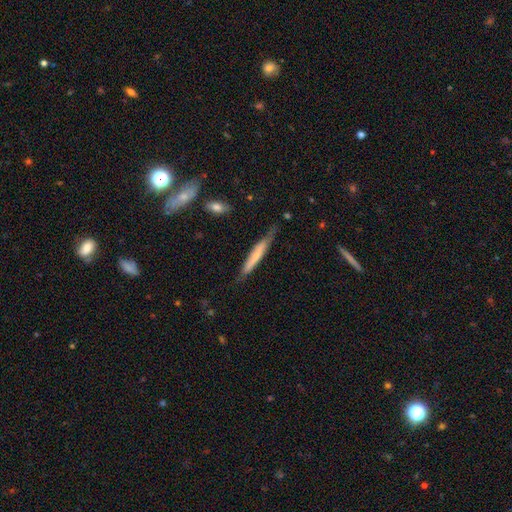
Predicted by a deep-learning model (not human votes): Smooth or featured: smooth — 54% (featured or disk — 40%)
How rounded: cigar-shaped — 93% (in between — 5%)
Merging: none — 71% (minor disturbance — 23%)